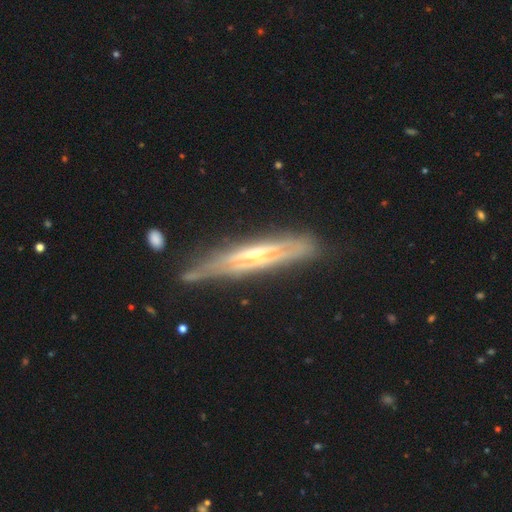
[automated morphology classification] Smooth or featured: featured or disk — 81% (smooth — 13%)
Edge-on disk: yes — 90% (no — 10%)
Edge-on bulge: rounded — 57% (none — 32%)
Merging: none — 76% (minor disturbance — 17%)